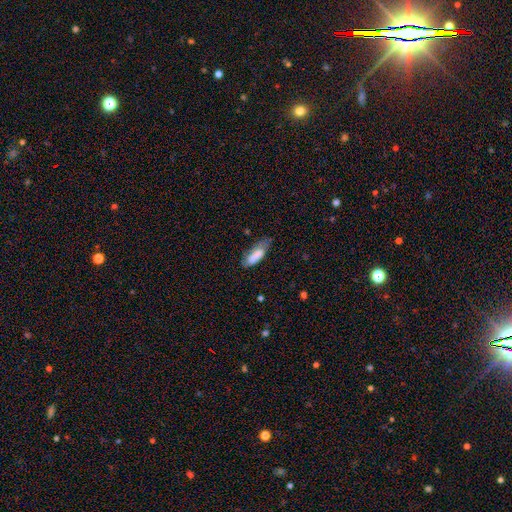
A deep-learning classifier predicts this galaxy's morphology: Smooth or featured? smooth (79%)
How rounded? in between (64%)
Merging? none (46%)